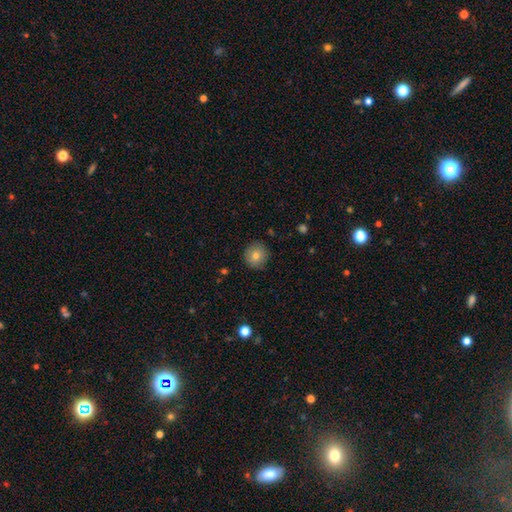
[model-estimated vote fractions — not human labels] The model was most divided on "smooth or featured": smooth: 79%, featured or disk: 11%, star or artifact: 10%. More confident: how rounded — round (93%); merging — none (89%).